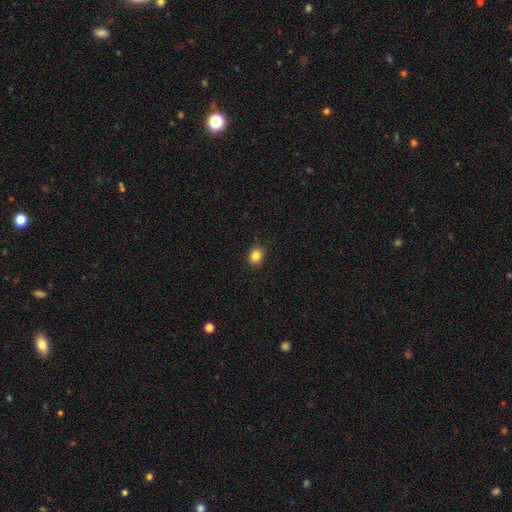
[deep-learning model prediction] Q: Smooth or featured?
A: smooth (84%); runner-up: star or artifact (11%)
Q: How rounded?
A: round (77%); runner-up: in between (22%)
Q: Merging?
A: none (88%); runner-up: minor disturbance (9%)